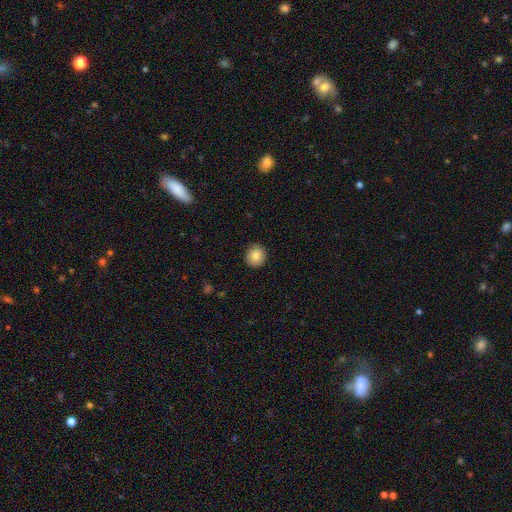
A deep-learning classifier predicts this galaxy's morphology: smooth_or_featured: smooth (p=0.83) [alt: featured or disk p=0.09]
how_rounded: round (p=0.91) [alt: in between p=0.08]
merging: none (p=0.90) [alt: minor disturbance p=0.07]